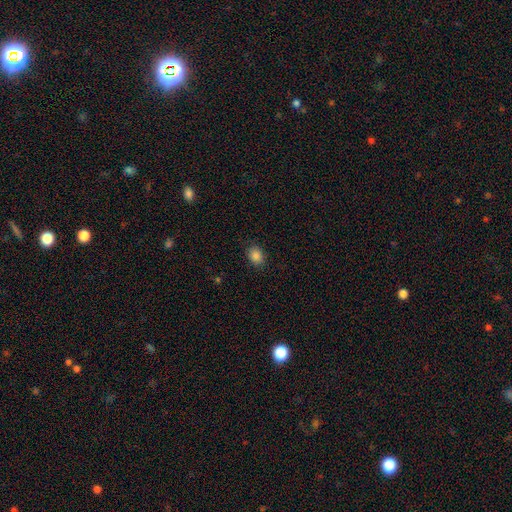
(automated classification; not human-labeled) Smooth or featured: smooth — 86% (star or artifact — 10%)
How rounded: in between — 61% (round — 38%)
Merging: none — 87% (minor disturbance — 9%)